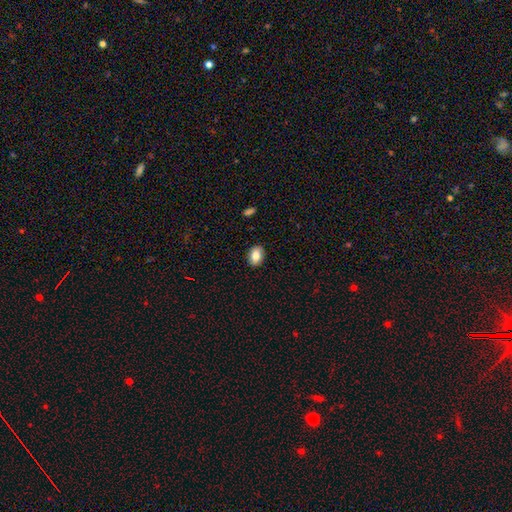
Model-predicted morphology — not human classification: smooth-or-featured: smooth: 83% | featured or disk: 9% | star or artifact: 8%
  how-rounded: in between: 78% | round: 20% | cigar-shaped: 1%
  merging: none: 89% | minor disturbance: 8% | major disturbance: 2% | merger: 1%